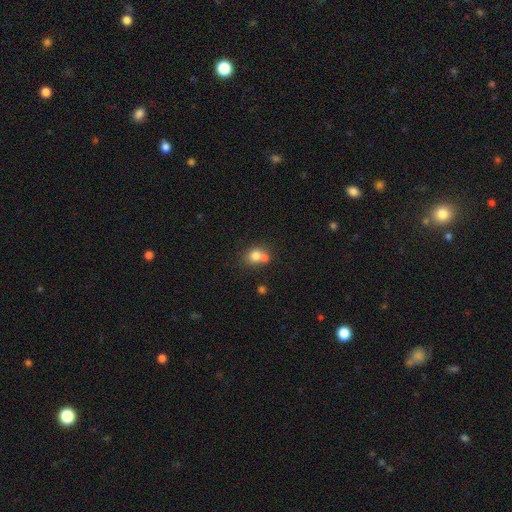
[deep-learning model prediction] This appears to be a smooth galaxy with no disk features (76%) that is round (71%). Merging: merger (48%).